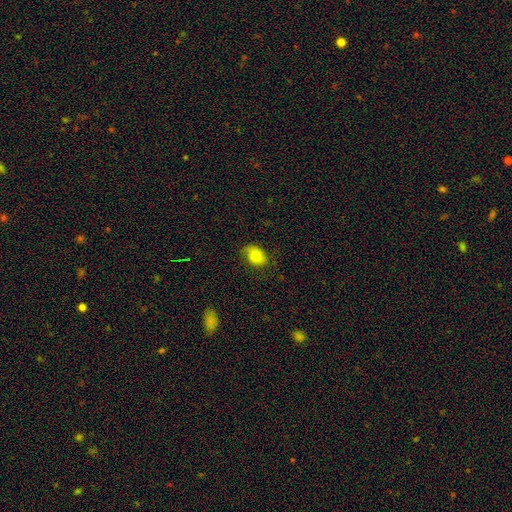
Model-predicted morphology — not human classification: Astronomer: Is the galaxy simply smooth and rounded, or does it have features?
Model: smooth — 74%.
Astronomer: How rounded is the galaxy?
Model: in between — 71%.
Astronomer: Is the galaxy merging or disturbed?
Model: none — 64%.